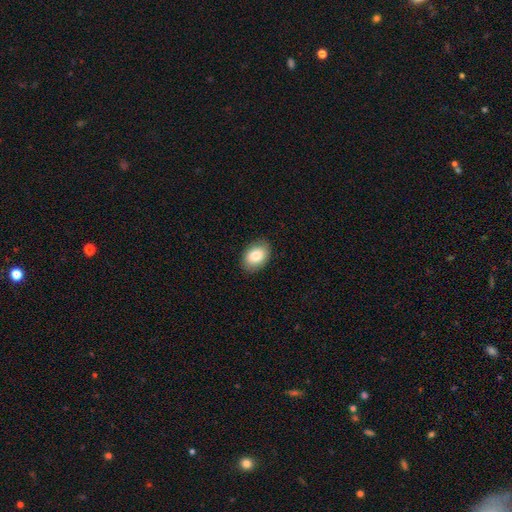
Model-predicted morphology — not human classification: A smooth galaxy with no disk features (84%) that is in between round and cigar-shaped (83%). Merging: none (87%).